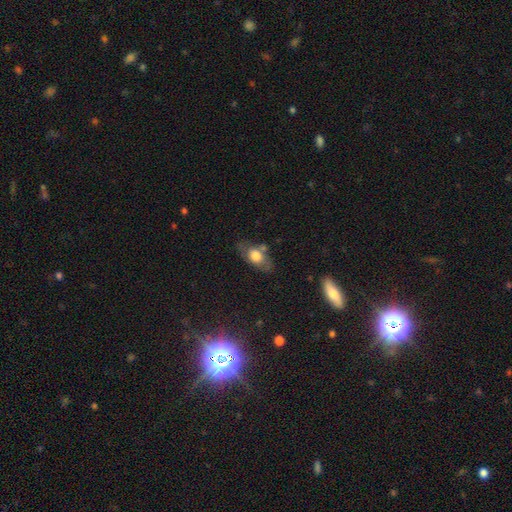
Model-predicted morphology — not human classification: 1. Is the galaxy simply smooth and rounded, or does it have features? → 63% smooth, 30% featured or disk, 8% star or artifact.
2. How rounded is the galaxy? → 81% in between, 12% round, 7% cigar-shaped.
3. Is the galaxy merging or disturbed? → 62% none, 22% minor disturbance, 8% major disturbance, 8% merger.